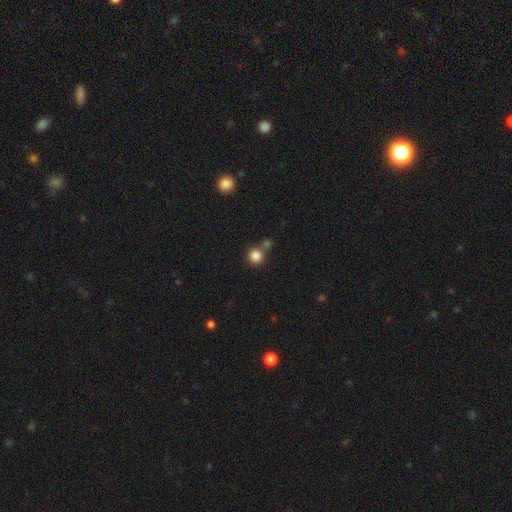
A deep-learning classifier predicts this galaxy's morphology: smooth 84%, star or artifact 11%, featured or disk 5%. Down the decision tree: how rounded — round (93%); merging — none (64%).